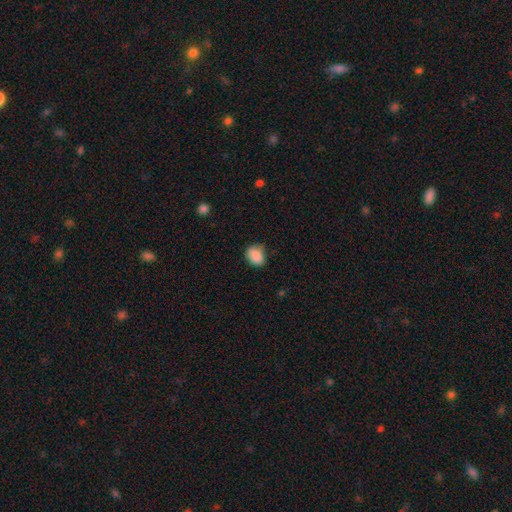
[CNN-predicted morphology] Smooth or featured?
  - smooth: 87% *
  - star or artifact: 8%
  - featured or disk: 5%
How rounded?
  - in between: 60% *
  - round: 39%
  - cigar-shaped: 1%
Merging?
  - none: 70% *
  - minor disturbance: 24%
  - major disturbance: 5%
  - merger: 1%